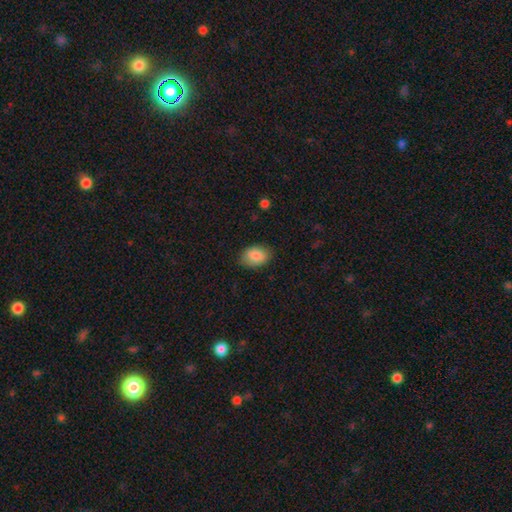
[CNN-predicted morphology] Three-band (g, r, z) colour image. It shows a smooth galaxy with no disk features (86%) that is in between round and cigar-shaped (81%). Merging: none (82%).